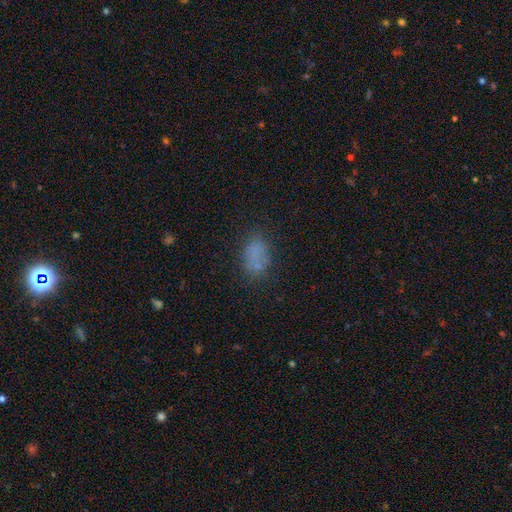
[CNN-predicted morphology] type=smooth (68%); roundness=in between (84%); merging=none (65%).